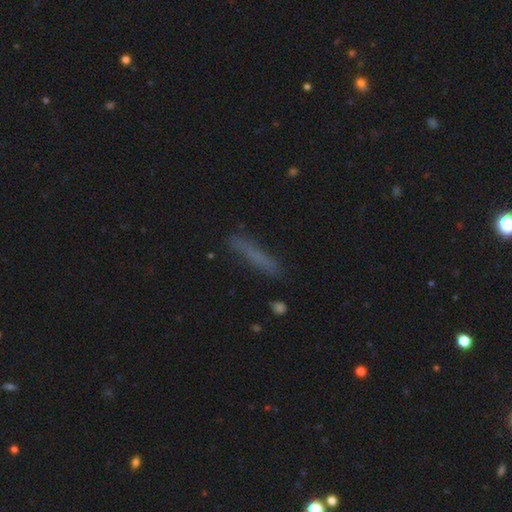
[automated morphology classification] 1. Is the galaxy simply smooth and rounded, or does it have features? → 65% smooth, 23% featured or disk, 12% star or artifact.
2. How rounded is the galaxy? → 91% cigar-shaped, 7% in between, 2% round.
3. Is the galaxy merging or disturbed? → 80% none, 14% minor disturbance, 4% major disturbance, 2% merger.